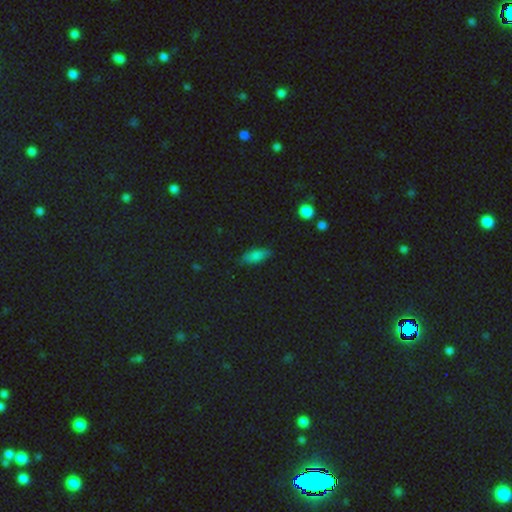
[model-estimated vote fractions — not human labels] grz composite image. It shows a smooth galaxy with no disk features (77%) that is in between round and cigar-shaped (77%). Merging: none (81%).